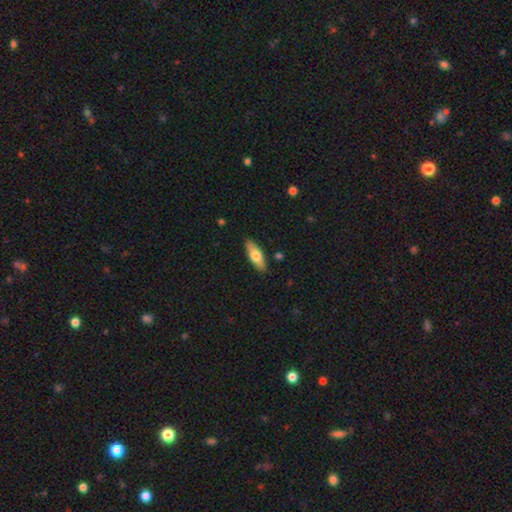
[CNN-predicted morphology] Smooth or featured?
  - smooth: 66% *
  - featured or disk: 29%
  - star or artifact: 6%
How rounded?
  - in between: 61% *
  - cigar-shaped: 36%
  - round: 2%
Merging?
  - none: 88% *
  - minor disturbance: 9%
  - major disturbance: 2%
  - merger: 1%